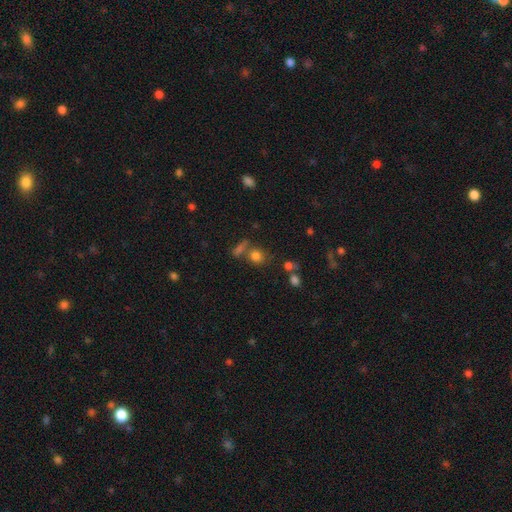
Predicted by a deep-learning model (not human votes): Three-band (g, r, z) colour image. It shows a smooth galaxy with no disk features (76%) that is round (77%). Merging: none (59%).